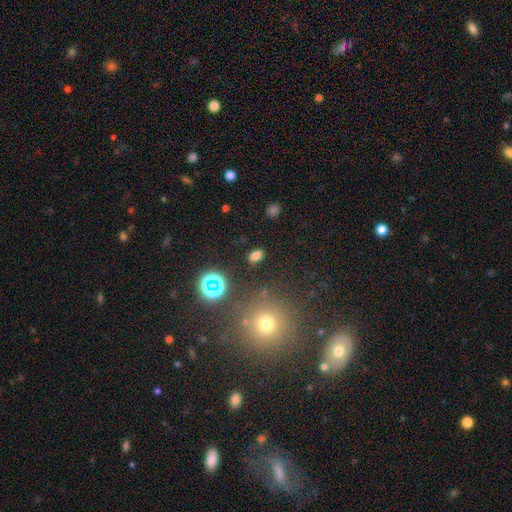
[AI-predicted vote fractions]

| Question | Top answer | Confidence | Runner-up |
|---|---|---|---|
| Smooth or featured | smooth | 71% | star or artifact (22%) |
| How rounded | in between | 83% | round (15%) |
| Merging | none | 85% | minor disturbance (9%) |